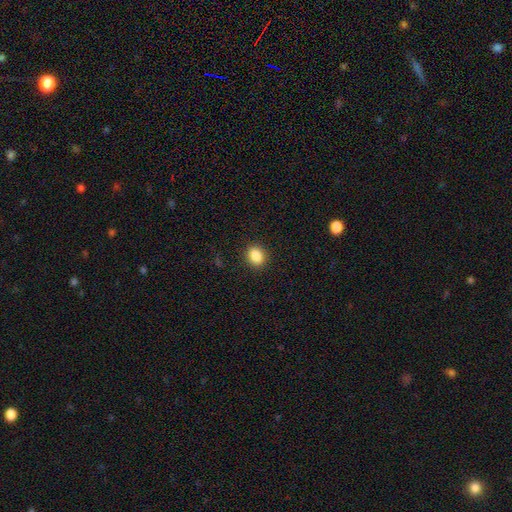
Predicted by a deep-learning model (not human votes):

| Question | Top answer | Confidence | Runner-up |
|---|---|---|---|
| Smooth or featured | smooth | 87% | star or artifact (9%) |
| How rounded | in between | 54% | round (45%) |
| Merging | none | 90% | minor disturbance (7%) |